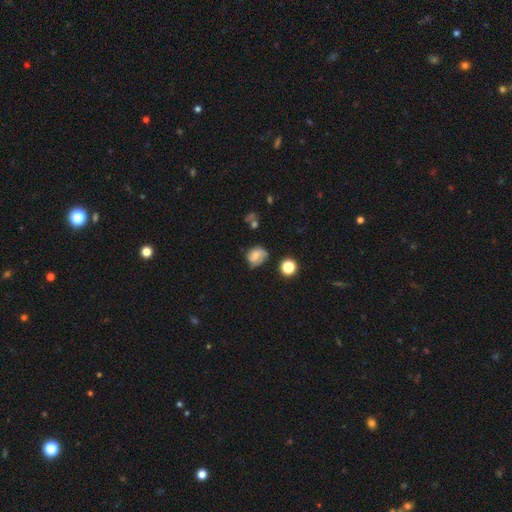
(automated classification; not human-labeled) The model was most divided on "how rounded": round: 56%, in between: 43%, cigar-shaped: 1%. More confident: smooth or featured — smooth (58%); merging — none (57%).